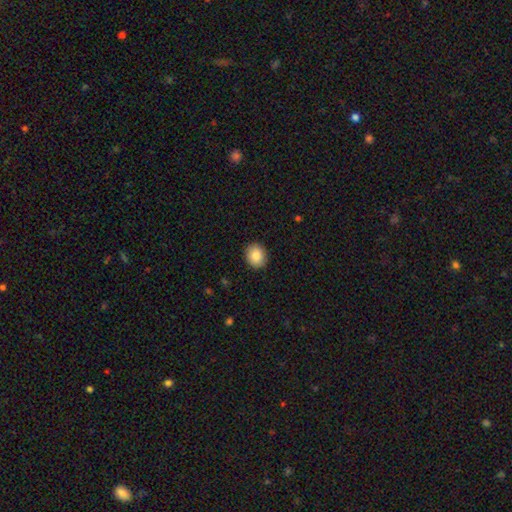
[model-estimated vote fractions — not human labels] A smooth galaxy with no disk features (85%) that is round (68%). Merging: none (91%).